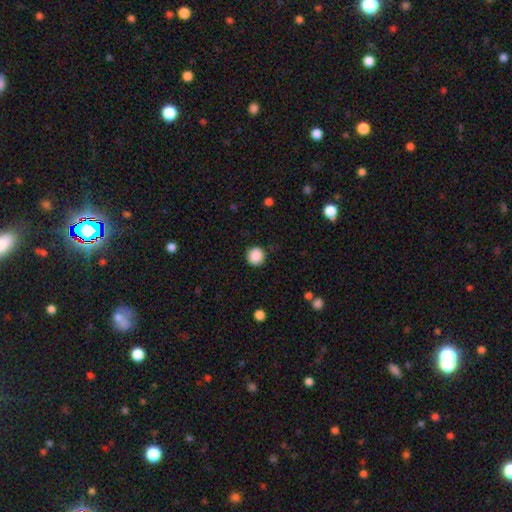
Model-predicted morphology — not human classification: A smooth galaxy with no disk features (88%) that is round (92%). Merging: none (88%).